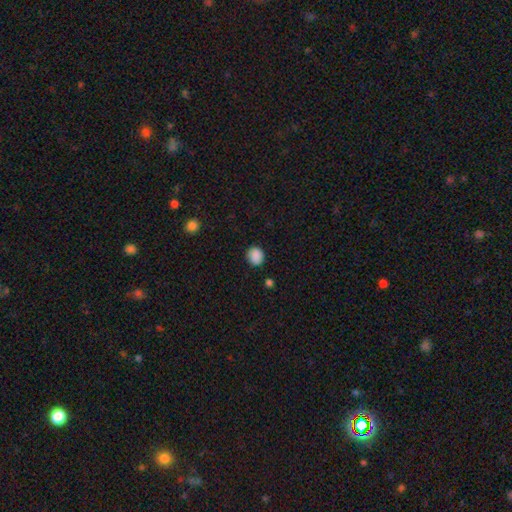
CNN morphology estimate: This is clearly a smooth galaxy (88%). How rounded: likely round (74%). Merging: clearly none (84%).